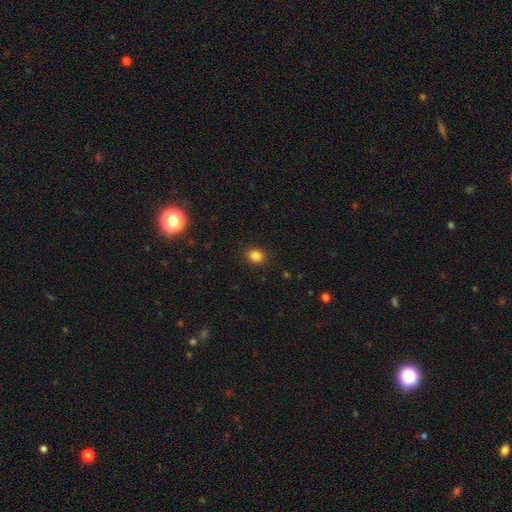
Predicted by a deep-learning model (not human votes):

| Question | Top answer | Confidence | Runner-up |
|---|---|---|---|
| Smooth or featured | smooth | 85% | star or artifact (11%) |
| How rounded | round | 55% | in between (44%) |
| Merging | none | 89% | minor disturbance (7%) |